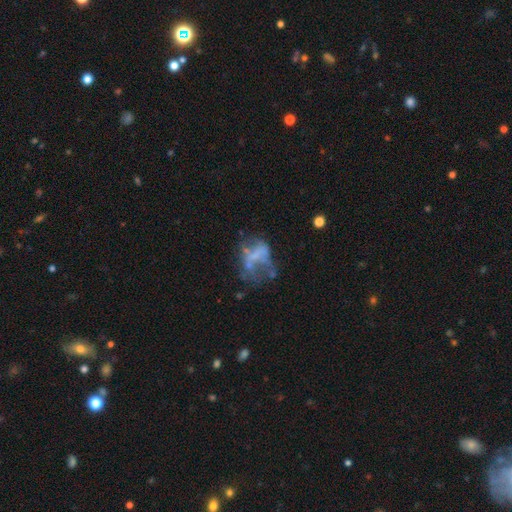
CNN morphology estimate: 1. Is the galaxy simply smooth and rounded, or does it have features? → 56% featured or disk, 28% smooth, 16% star or artifact.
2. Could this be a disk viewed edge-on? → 97% no, 3% yes.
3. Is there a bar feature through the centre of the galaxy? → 84% no, 11% weak, 5% strong.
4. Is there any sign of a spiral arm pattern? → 90% no, 10% yes.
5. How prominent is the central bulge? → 76% none, 13% small, 8% moderate, 2% large, 1% dominant.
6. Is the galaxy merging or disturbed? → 38% major disturbance, 30% none, 18% minor disturbance, 14% merger.